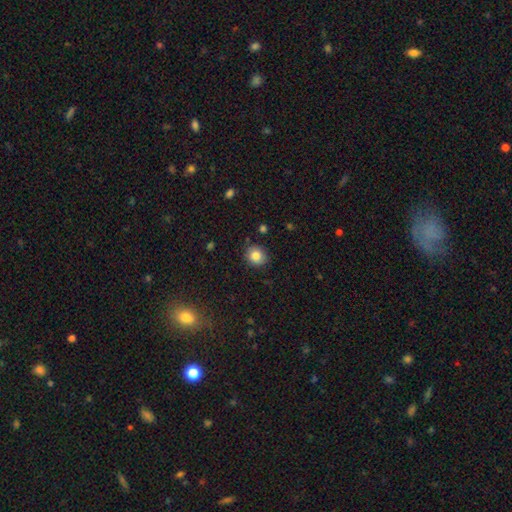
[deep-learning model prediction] Smooth or featured? Predicted: smooth (p=0.84). How rounded? Predicted: round (p=0.79). Merging? Predicted: none (p=0.85).